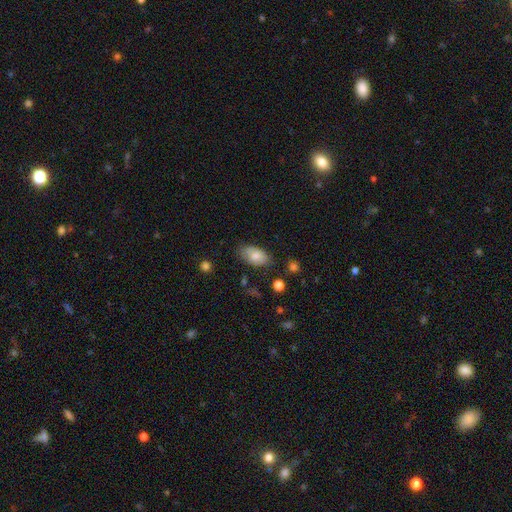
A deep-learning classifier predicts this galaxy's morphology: This is likely a smooth galaxy (77%). How rounded: clearly in between (93%). Merging: likely none (72%).